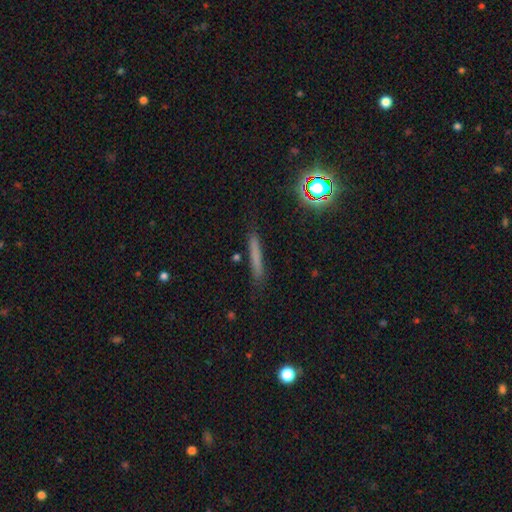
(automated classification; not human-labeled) Smooth or featured? smooth (65%)
How rounded? cigar-shaped (94%)
Merging? none (84%)